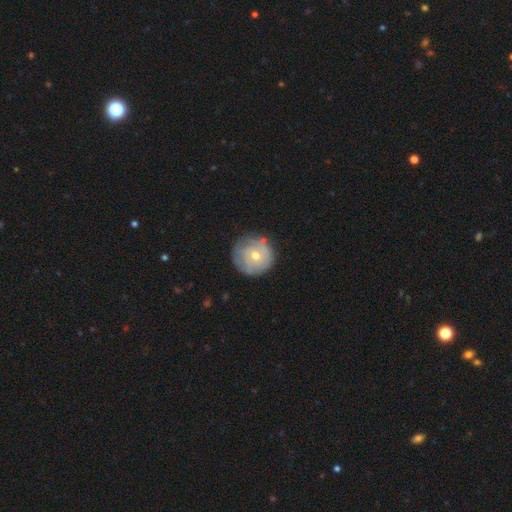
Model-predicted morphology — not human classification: smooth-or-featured: featured or disk: 51% | smooth: 42% | star or artifact: 7%
  disk-edge-on: no: 97% | yes: 3%
  merging: none: 73% | minor disturbance: 19% | major disturbance: 6% | merger: 2%